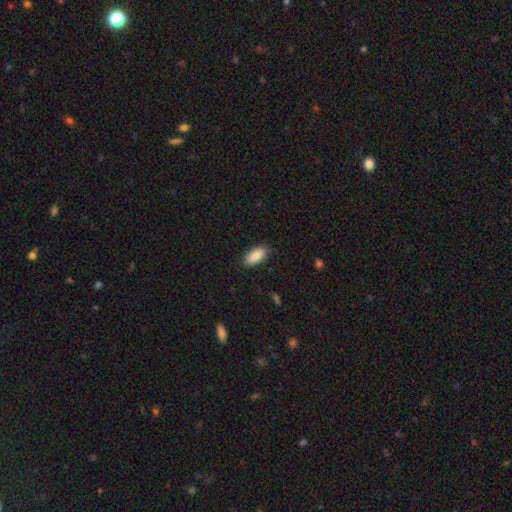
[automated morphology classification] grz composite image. It shows a smooth galaxy with no disk features (86%) that is in between round and cigar-shaped (87%). Merging: none (87%).